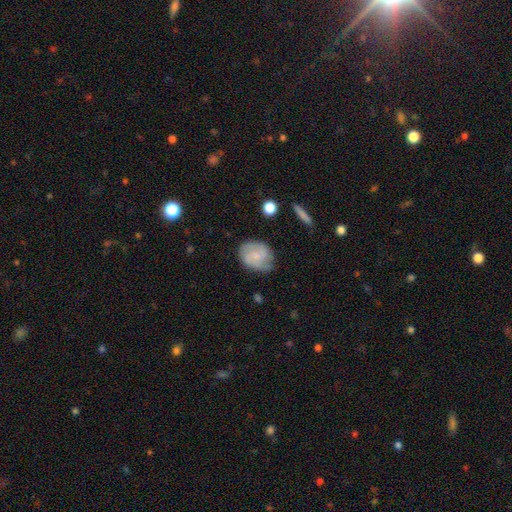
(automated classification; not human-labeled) Overall: smooth (48%; featured or disk 45%). Merging: none (64%; minor disturbance 26%).